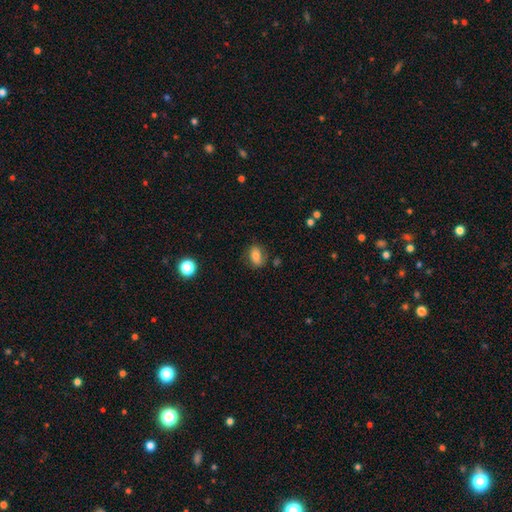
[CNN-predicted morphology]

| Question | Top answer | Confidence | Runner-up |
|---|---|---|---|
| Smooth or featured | smooth | 71% | featured or disk (19%) |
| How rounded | in between | 75% | round (22%) |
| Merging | none | 73% | minor disturbance (19%) |